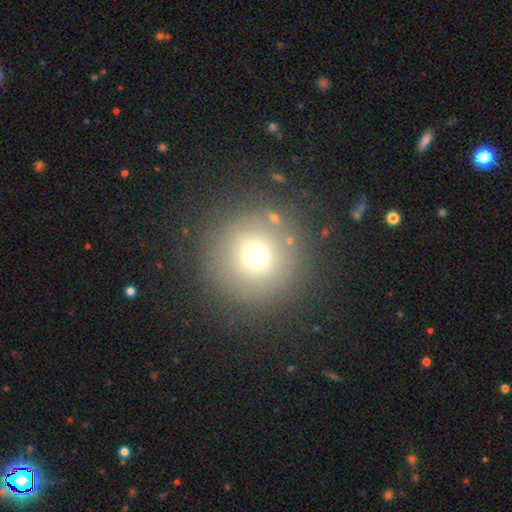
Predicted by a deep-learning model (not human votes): smooth_or_featured: smooth (p=0.69) [alt: star or artifact p=0.19]
how_rounded: round (p=0.96) [alt: in between p=0.03]
merging: none (p=0.86) [alt: minor disturbance p=0.07]